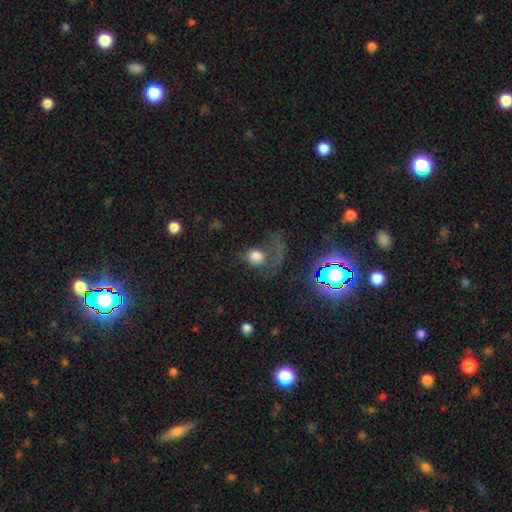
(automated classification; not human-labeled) smooth 64%, featured or disk 20%, star or artifact 16%. Down the decision tree: how rounded — round (71%); merging — major disturbance (46%).